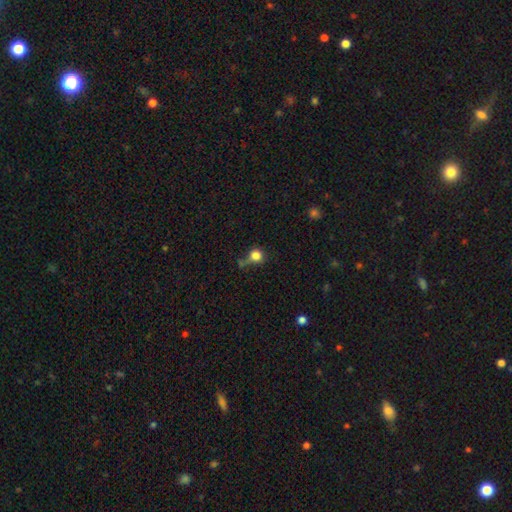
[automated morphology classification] A smooth galaxy with no disk features (80%) that is round (86%). Merging: none (45%).